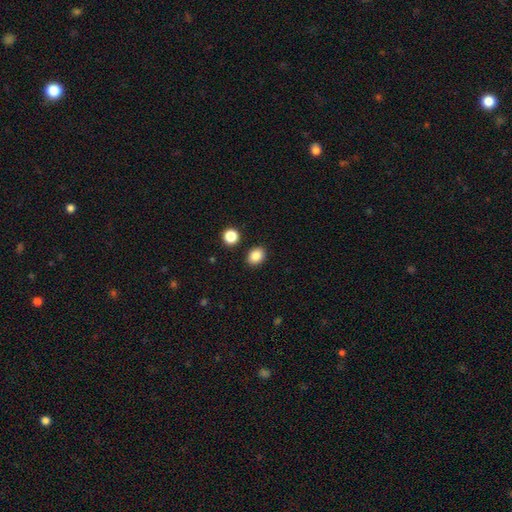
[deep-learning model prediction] This appears to be a smooth galaxy with no disk features (86%) that is in between round and cigar-shaped (54%). Merging: none (88%).